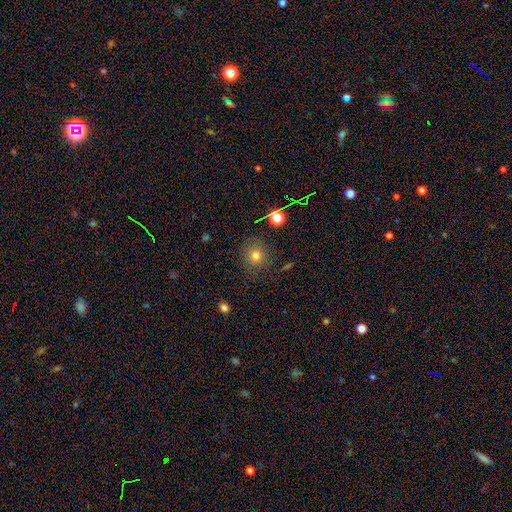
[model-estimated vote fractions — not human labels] A smooth galaxy with no disk features (75%) that is round (91%).

Vote fractions:
- Smooth or featured? smooth: 75% / star or artifact: 16% / featured or disk: 9%
- How rounded? round: 91% / in between: 8% / cigar-shaped: 1%
- Merging? none: 84% / minor disturbance: 10% / major disturbance: 4% / merger: 2%